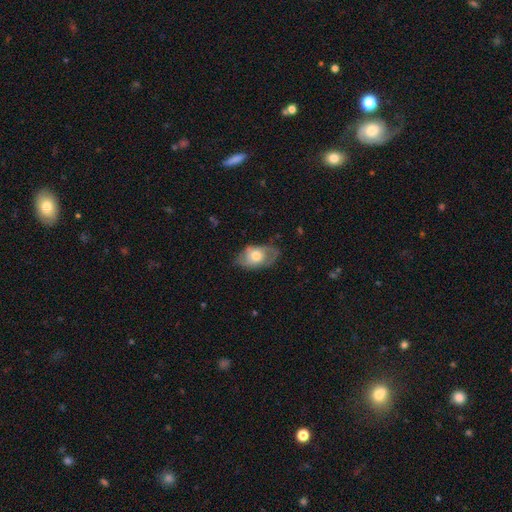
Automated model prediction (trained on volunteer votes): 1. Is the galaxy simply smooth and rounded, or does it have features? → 50% smooth, 44% featured or disk, 7% star or artifact.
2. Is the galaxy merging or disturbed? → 58% none, 29% minor disturbance, 11% major disturbance, 1% merger.